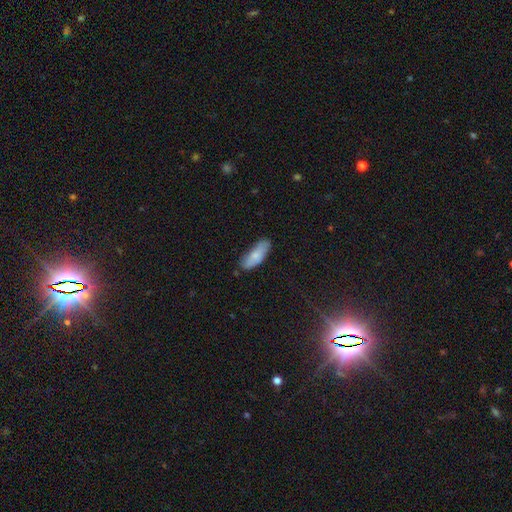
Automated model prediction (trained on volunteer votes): A smooth galaxy with no disk features (78%) that is in between round and cigar-shaped (70%).

Vote fractions:
- Smooth or featured? smooth: 78% / featured or disk: 16% / star or artifact: 6%
- How rounded? in between: 70% / cigar-shaped: 29% / round: 2%
- Merging? none: 72% / minor disturbance: 22% / major disturbance: 4% / merger: 2%